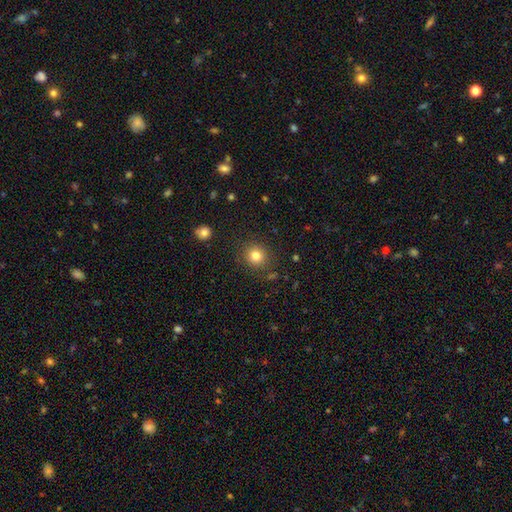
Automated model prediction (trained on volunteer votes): Smooth or featured?
  - smooth: 81% *
  - star or artifact: 12%
  - featured or disk: 6%
How rounded?
  - round: 90% *
  - in between: 9%
  - cigar-shaped: 1%
Merging?
  - none: 88% *
  - minor disturbance: 7%
  - major disturbance: 3%
  - merger: 2%